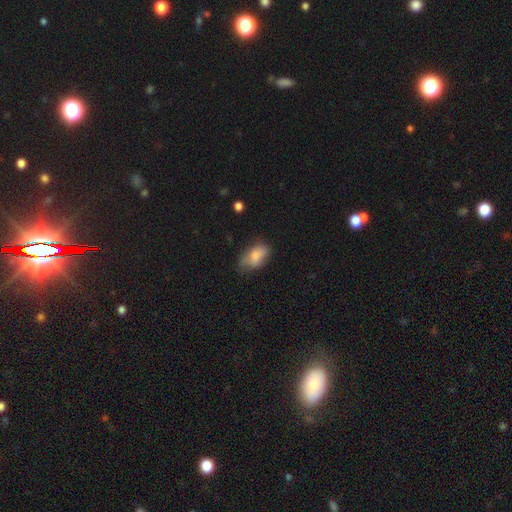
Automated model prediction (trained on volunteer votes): Overall: smooth (81%). How rounded: in between (92%). Merging: none (55%; minor disturbance 33%).